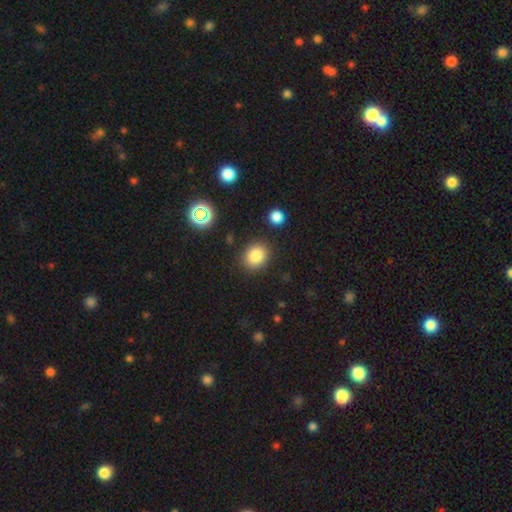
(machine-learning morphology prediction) smooth_or_featured: smooth (p=0.83) [alt: star or artifact p=0.11]
how_rounded: round (p=0.63) [alt: in between p=0.36]
merging: none (p=0.86) [alt: minor disturbance p=0.09]